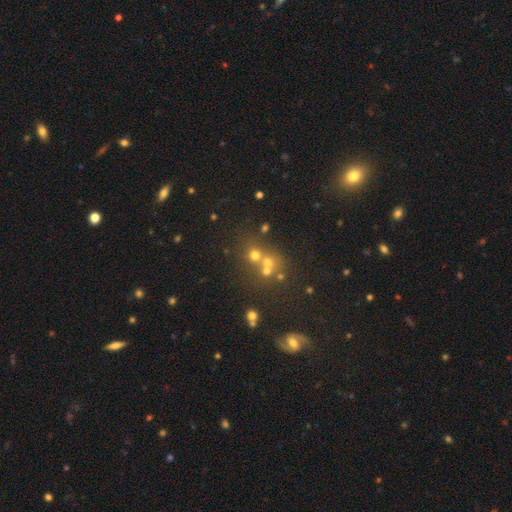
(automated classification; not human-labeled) smooth_or_featured: smooth (p=0.53) [alt: star or artifact p=0.28]
how_rounded: round (p=0.81) [alt: in between p=0.18]
merging: none (p=0.49) [alt: merger p=0.38]